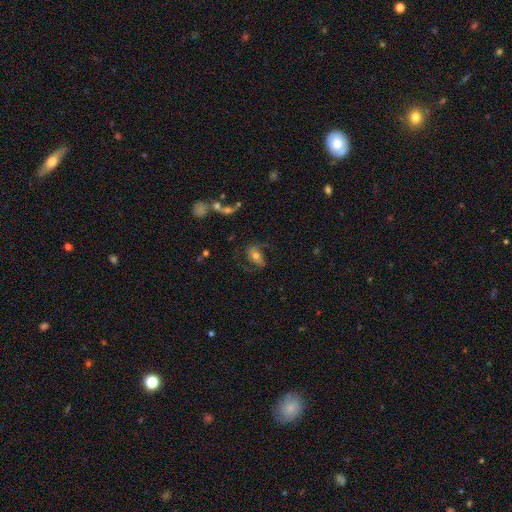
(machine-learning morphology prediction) Smooth or featured? Predicted: featured or disk (p=0.56). Edge-on disk? Predicted: no (p=0.94). Bar? Predicted: no (p=0.48). Spiral arms? Predicted: yes (p=0.79). Bulge size? Predicted: moderate (p=0.67). Merging? Predicted: none (p=0.61).